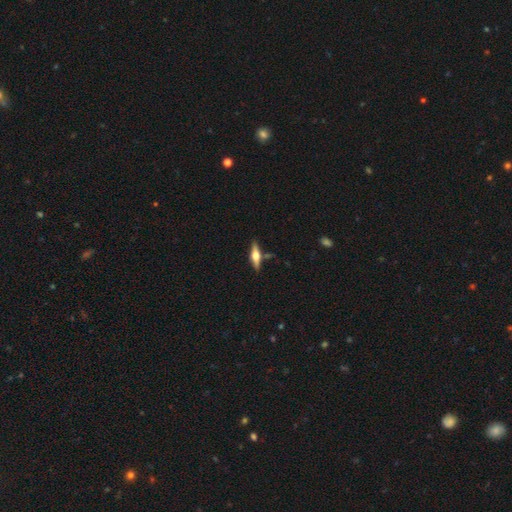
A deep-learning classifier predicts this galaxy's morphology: The model was most divided on "smooth or featured": featured or disk: 65%, smooth: 29%, star or artifact: 6%. More confident: edge-on disk — yes (96%); edge-on bulge — rounded (94%); merging — none (83%).